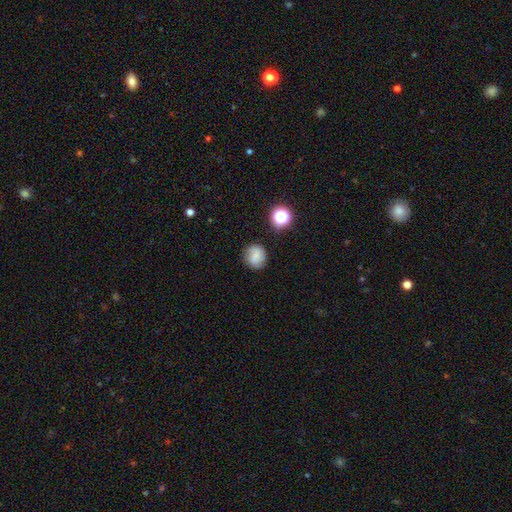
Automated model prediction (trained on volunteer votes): smooth_or_featured: smooth (p=0.67) [alt: featured or disk p=0.21]
how_rounded: round (p=0.83) [alt: in between p=0.16]
merging: none (p=0.78) [alt: minor disturbance p=0.15]